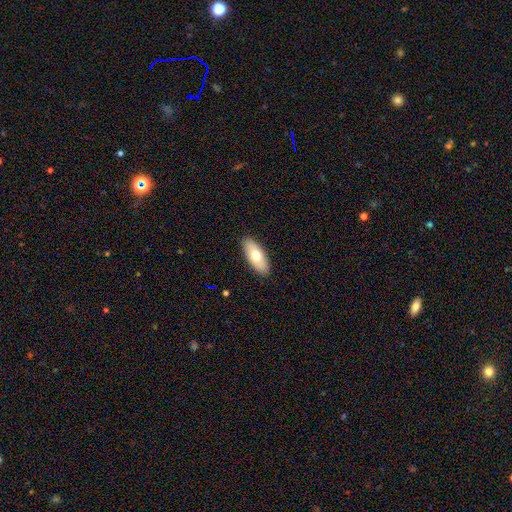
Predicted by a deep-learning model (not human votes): smooth-or-featured: smooth: 67% | featured or disk: 27% | star or artifact: 6%
  how-rounded: in between: 85% | cigar-shaped: 13% | round: 2%
  merging: none: 89% | minor disturbance: 8% | major disturbance: 2% | merger: 1%